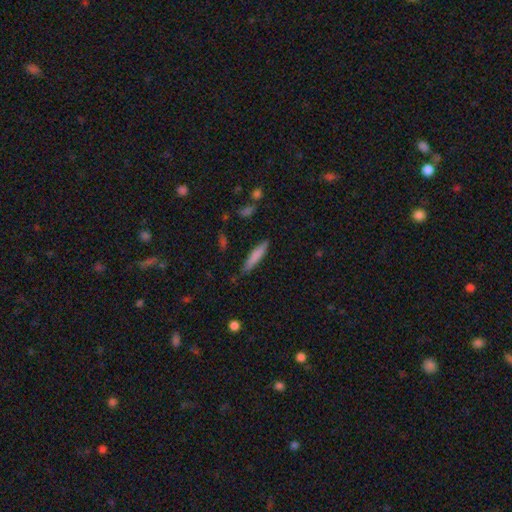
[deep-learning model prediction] Smooth or featured?
  - smooth: 77% *
  - featured or disk: 16%
  - star or artifact: 6%
How rounded?
  - cigar-shaped: 87% *
  - in between: 12%
  - round: 1%
Merging?
  - none: 81% *
  - minor disturbance: 14%
  - major disturbance: 3%
  - merger: 2%